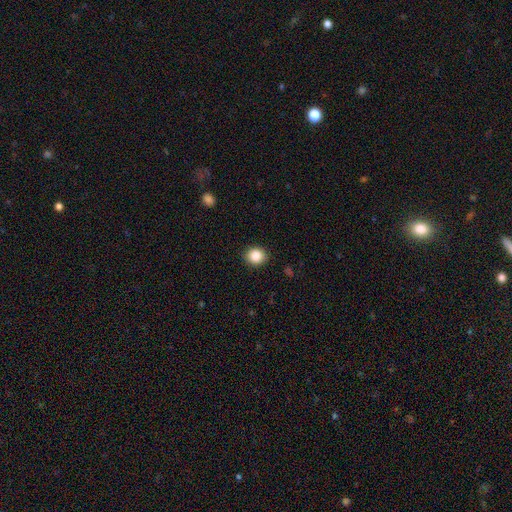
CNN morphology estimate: smooth_or_featured: smooth (p=0.86) [alt: star or artifact p=0.10]
how_rounded: round (p=0.74) [alt: in between p=0.25]
merging: none (p=0.90) [alt: minor disturbance p=0.07]